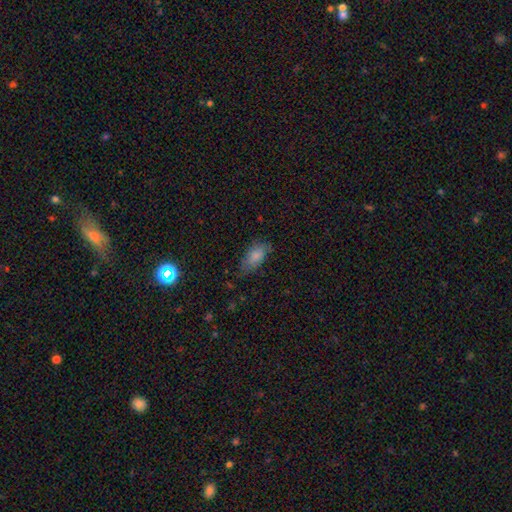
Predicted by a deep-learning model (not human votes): Morphology: type=smooth (80%); roundness=in between (89%); merging=none (58%).